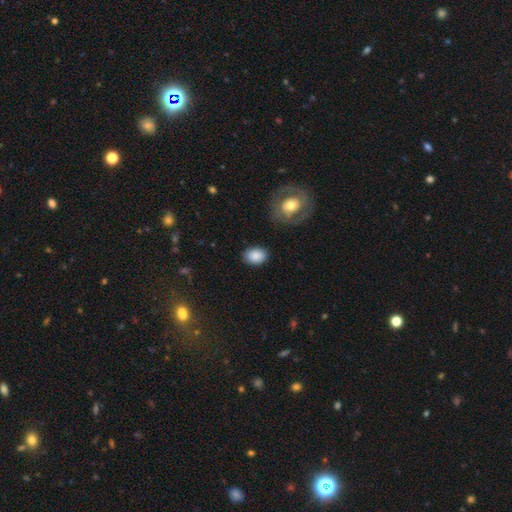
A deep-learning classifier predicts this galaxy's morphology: Overall: smooth (86%). How rounded: in between (73%). Merging: none (85%).